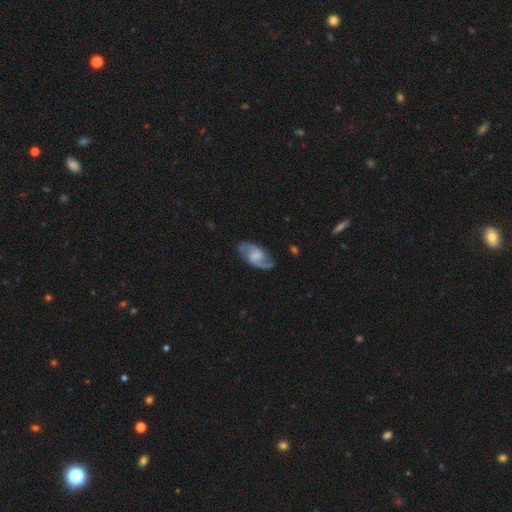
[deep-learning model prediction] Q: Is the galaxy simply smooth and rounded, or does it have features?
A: featured or disk — 83%.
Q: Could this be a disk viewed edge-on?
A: no — 97%.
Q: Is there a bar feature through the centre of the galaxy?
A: weak — 49%.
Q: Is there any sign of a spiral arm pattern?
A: yes — 96%.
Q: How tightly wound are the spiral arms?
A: medium — 51%.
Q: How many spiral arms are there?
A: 2 — 90%.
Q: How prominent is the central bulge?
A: none — 35%.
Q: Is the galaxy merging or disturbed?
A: none — 76%.